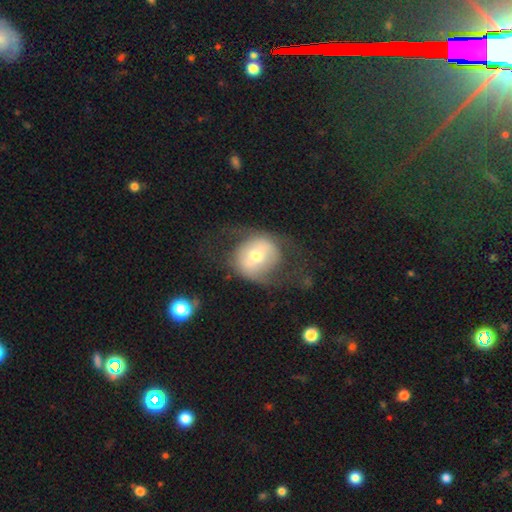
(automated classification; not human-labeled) Smooth or featured?
  - featured or disk: 50% *
  - smooth: 42%
  - star or artifact: 8%
Edge-on disk?
  - no: 94% *
  - yes: 6%
Merging?
  - none: 53% *
  - major disturbance: 26%
  - minor disturbance: 19%
  - merger: 3%